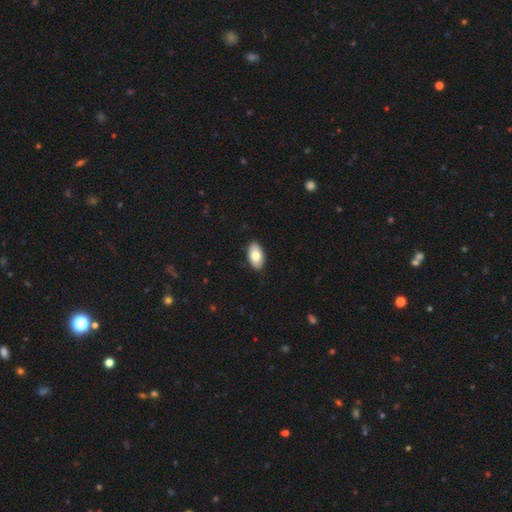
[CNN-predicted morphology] A smooth galaxy with no disk features (76%) that is in between round and cigar-shaped (94%).

Vote fractions:
- Smooth or featured? smooth: 76% / featured or disk: 18% / star or artifact: 6%
- How rounded? in between: 94% / round: 3% / cigar-shaped: 2%
- Merging? none: 88% / minor disturbance: 9% / major disturbance: 2% / merger: 1%